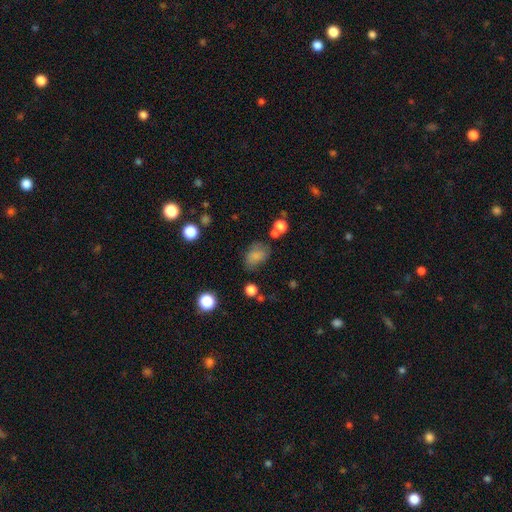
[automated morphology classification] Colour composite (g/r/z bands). It shows a smooth galaxy with no disk features (80%) that is in between round and cigar-shaped (80%). Merging: none (60%).